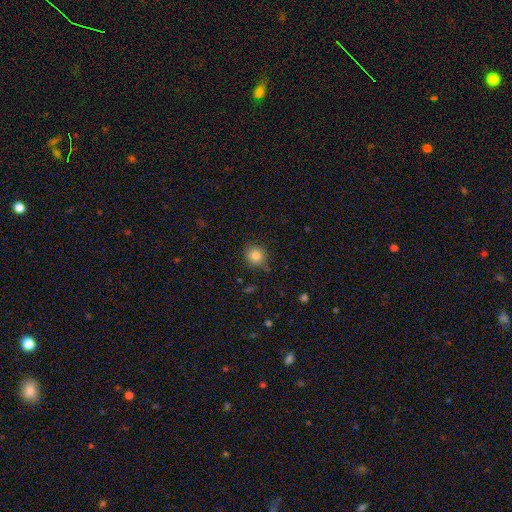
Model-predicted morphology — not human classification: Smooth or featured? smooth (82%)
How rounded? round (88%)
Merging? none (82%)